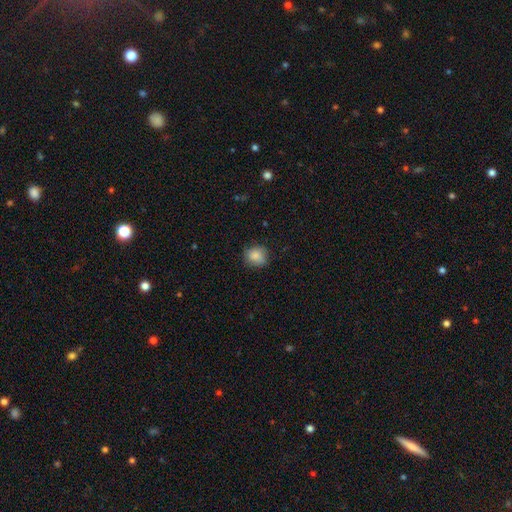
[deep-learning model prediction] smooth_or_featured: smooth (p=0.84) [alt: star or artifact p=0.09]
how_rounded: round (p=0.78) [alt: in between p=0.21]
merging: none (p=0.77) [alt: minor disturbance p=0.18]